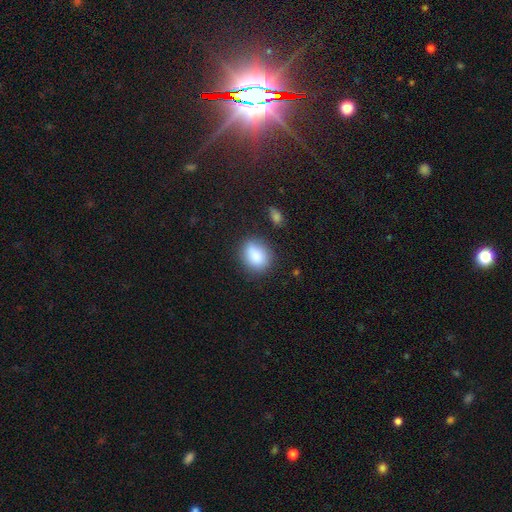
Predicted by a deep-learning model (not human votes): A smooth galaxy with no disk features (86%) that is in between round and cigar-shaped (58%).

Vote fractions:
- Smooth or featured? smooth: 86% / star or artifact: 8% / featured or disk: 6%
- How rounded? in between: 58% / round: 40% / cigar-shaped: 2%
- Merging? none: 73% / minor disturbance: 18% / major disturbance: 5% / merger: 4%